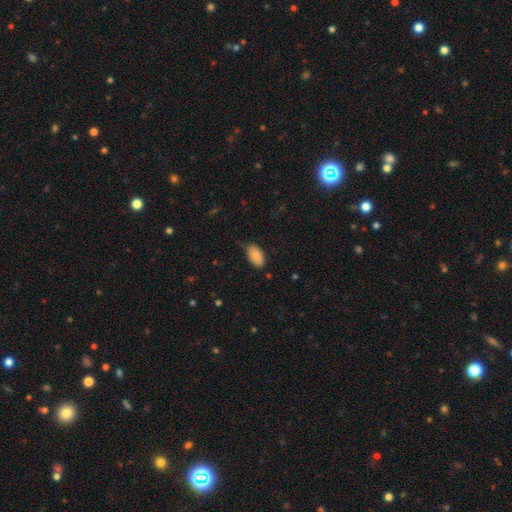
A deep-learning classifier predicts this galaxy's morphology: Smooth or featured? Predicted: smooth (p=0.86). How rounded? Predicted: in between (p=0.95). Merging? Predicted: none (p=0.75).